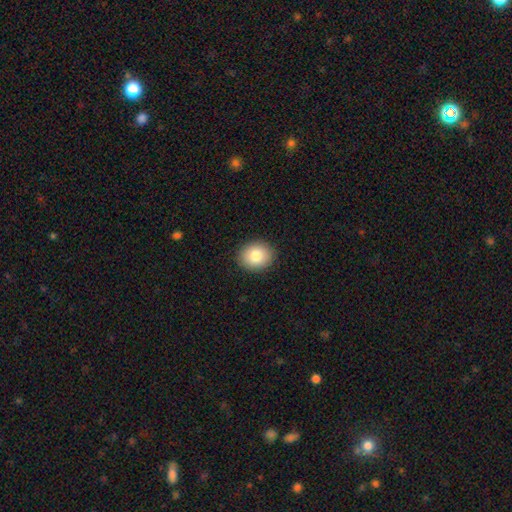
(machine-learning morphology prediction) This is clearly a smooth galaxy (82%). How rounded: likely round (65%). Merging: clearly none (91%).